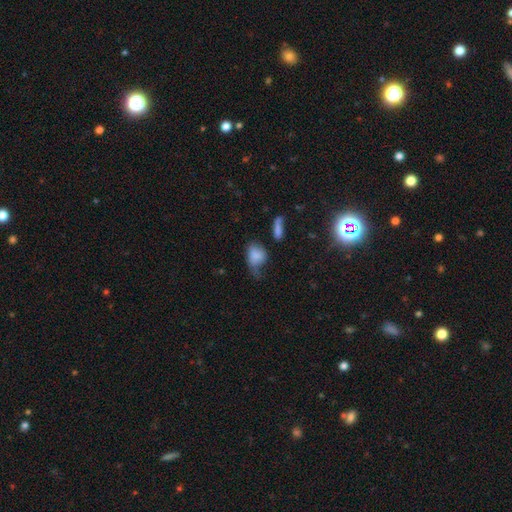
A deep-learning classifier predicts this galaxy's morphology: A smooth galaxy with no disk features (78%) that is in between round and cigar-shaped (70%).

Vote fractions:
- Smooth or featured? smooth: 78% / featured or disk: 13% / star or artifact: 10%
- How rounded? in between: 70% / round: 28% / cigar-shaped: 2%
- Merging? minor disturbance: 36% / major disturbance: 31% / none: 26% / merger: 7%